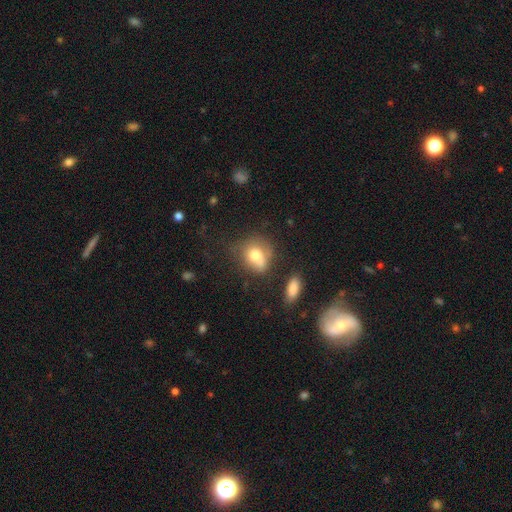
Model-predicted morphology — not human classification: smooth 73%, featured or disk 16%, star or artifact 11%. Down the decision tree: how rounded — round (59%); merging — none (46%).